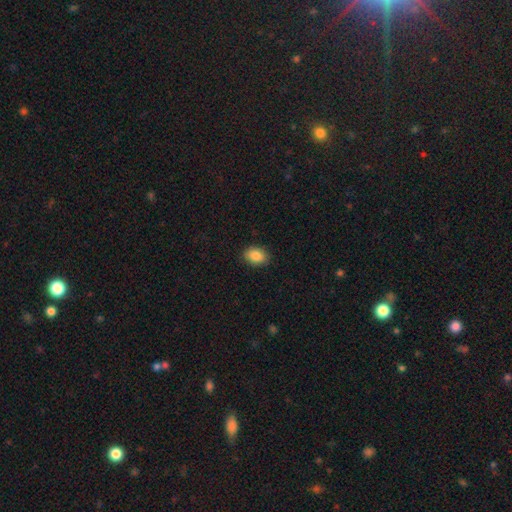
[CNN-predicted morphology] A smooth galaxy with no disk features (87%) that is in between round and cigar-shaped (79%). Merging: none (89%).